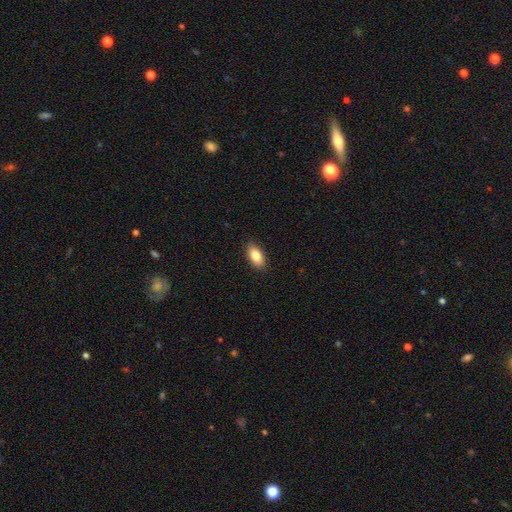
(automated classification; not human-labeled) This is clearly a smooth galaxy (84%). How rounded: clearly in between (91%). Merging: clearly none (89%).